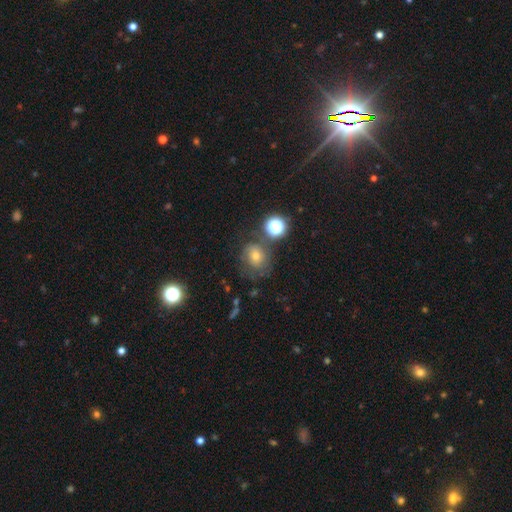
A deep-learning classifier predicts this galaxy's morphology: smooth-or-featured: smooth: 41% | featured or disk: 35% | star or artifact: 24%
  merging: none: 61% | minor disturbance: 18% | major disturbance: 12% | merger: 9%